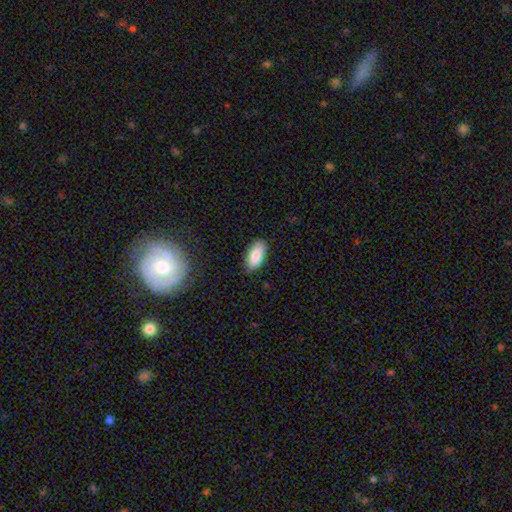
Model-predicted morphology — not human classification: Smooth or featured? smooth (85%)
How rounded? in between (92%)
Merging? none (84%)